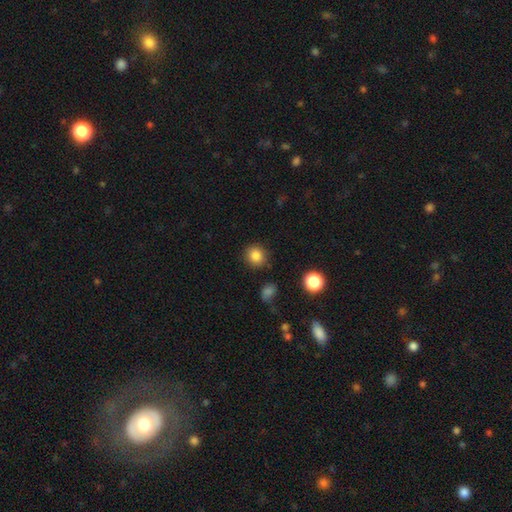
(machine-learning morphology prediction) A smooth galaxy with no disk features (85%) that is round (86%). Merging: none (87%).